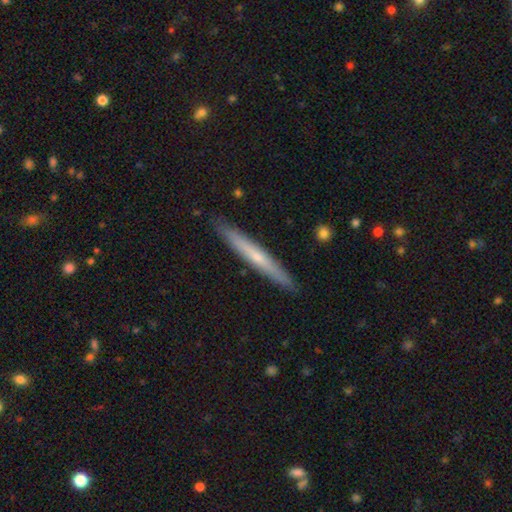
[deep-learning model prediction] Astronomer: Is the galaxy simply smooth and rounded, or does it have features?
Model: featured or disk — 47%, tied with smooth at 47%.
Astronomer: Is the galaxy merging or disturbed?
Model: none — 90%.